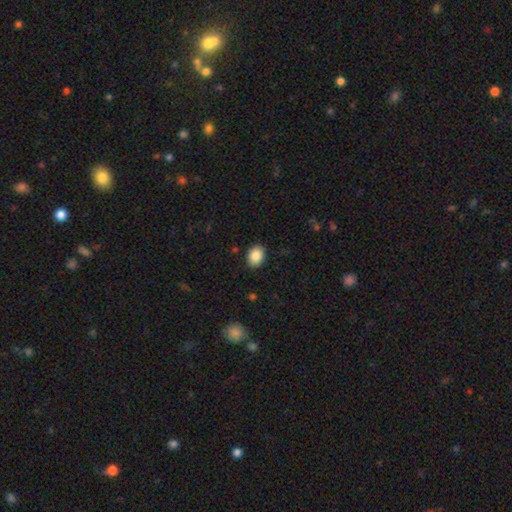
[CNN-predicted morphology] Smooth or featured? smooth (87%)
How rounded? in between (65%)
Merging? none (89%)